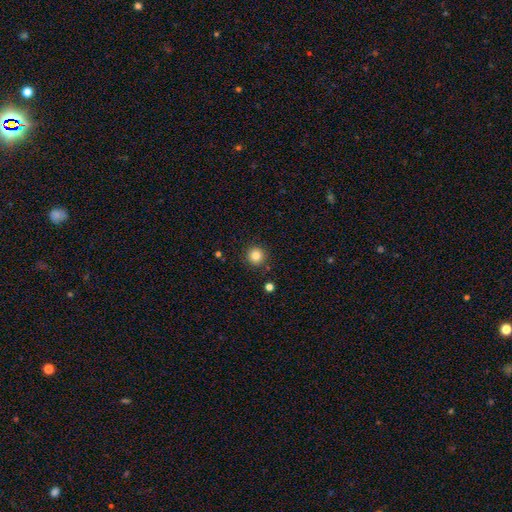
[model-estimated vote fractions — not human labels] This is clearly a smooth galaxy (84%). How rounded: clearly round (95%). Merging: clearly none (89%).